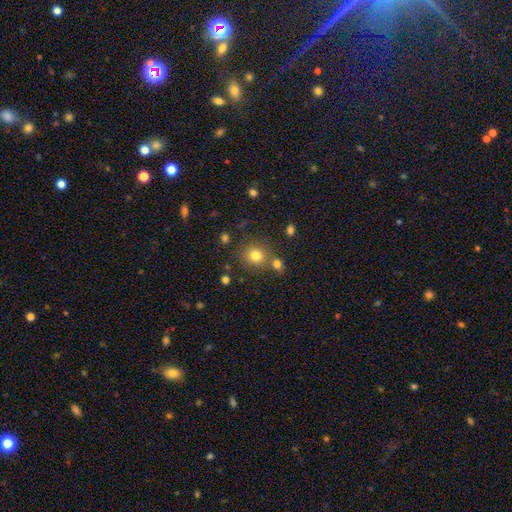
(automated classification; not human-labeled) Q: Smooth or featured?
A: smooth (78%); runner-up: star or artifact (14%)
Q: How rounded?
A: round (85%); runner-up: in between (14%)
Q: Merging?
A: none (68%); runner-up: merger (18%)